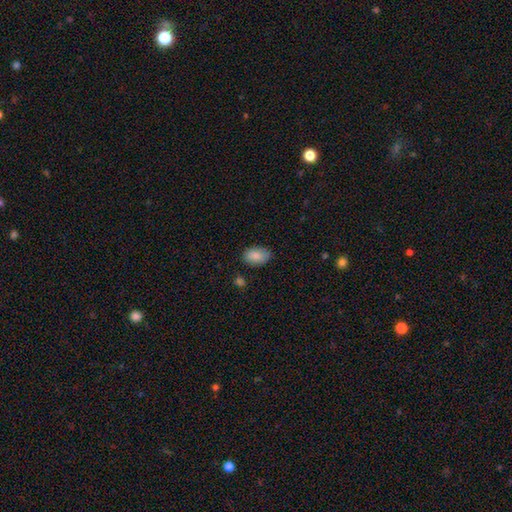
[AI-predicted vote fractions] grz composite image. It shows a smooth galaxy with no disk features (87%) that is in between round and cigar-shaped (90%). Merging: none (79%).